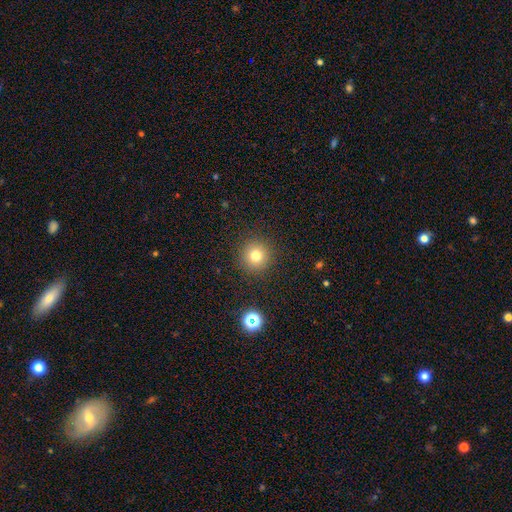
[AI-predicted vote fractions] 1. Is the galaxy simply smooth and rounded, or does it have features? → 76% smooth, 16% star or artifact, 8% featured or disk.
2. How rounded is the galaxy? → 95% round, 4% in between, 1% cigar-shaped.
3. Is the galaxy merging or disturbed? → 91% none, 6% minor disturbance, 2% major disturbance, 1% merger.